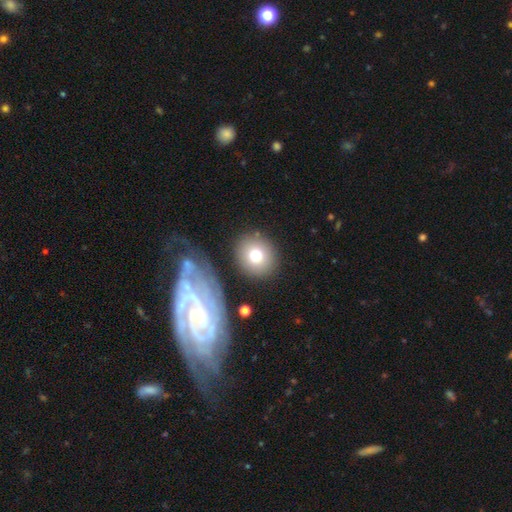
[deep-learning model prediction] Q: Smooth or featured?
A: smooth (75%); runner-up: featured or disk (16%)
Q: How rounded?
A: round (83%); runner-up: in between (16%)
Q: Merging?
A: none (81%); runner-up: minor disturbance (9%)